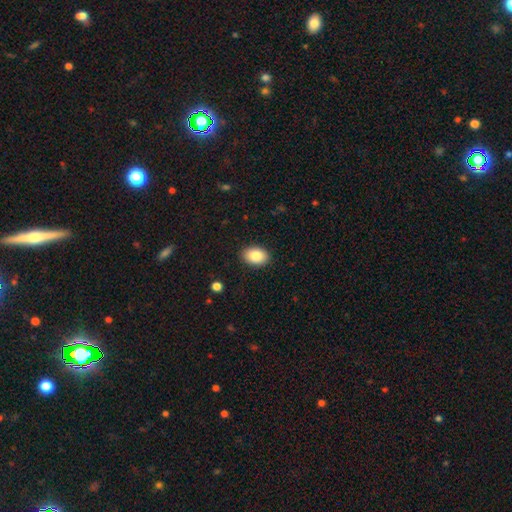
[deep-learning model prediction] Q: Smooth or featured?
A: smooth (85%); runner-up: star or artifact (7%)
Q: How rounded?
A: in between (82%); runner-up: round (17%)
Q: Merging?
A: none (90%); runner-up: minor disturbance (7%)